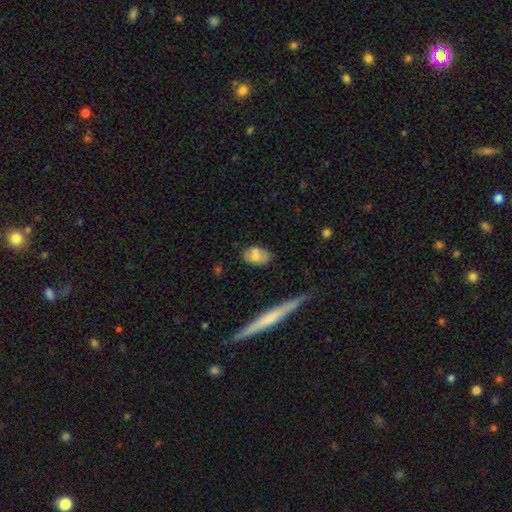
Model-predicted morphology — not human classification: This is likely a smooth galaxy (65%). How rounded: clearly in between (82%). Merging: likely none (62%).